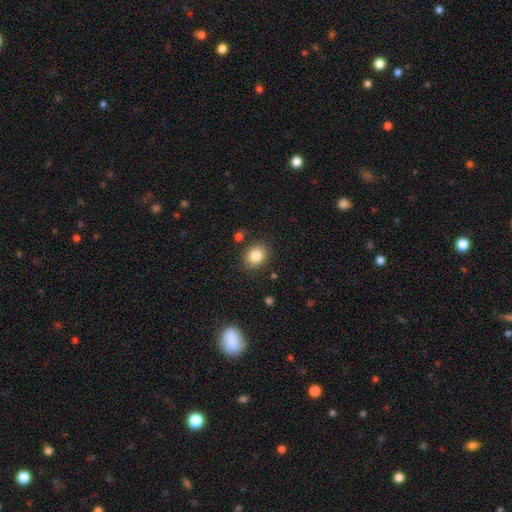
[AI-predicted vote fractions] A smooth galaxy with no disk features (84%) that is round (55%). Merging: none (84%).